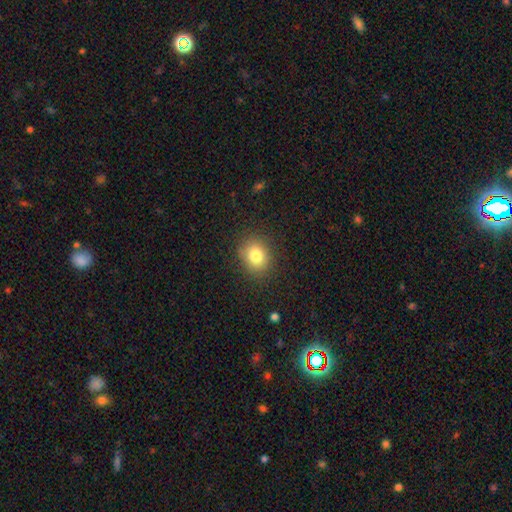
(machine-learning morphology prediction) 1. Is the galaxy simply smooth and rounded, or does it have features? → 81% smooth, 11% star or artifact, 8% featured or disk.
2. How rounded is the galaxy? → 59% round, 40% in between, 1% cigar-shaped.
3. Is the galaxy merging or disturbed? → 85% none, 11% minor disturbance, 3% major disturbance, 1% merger.